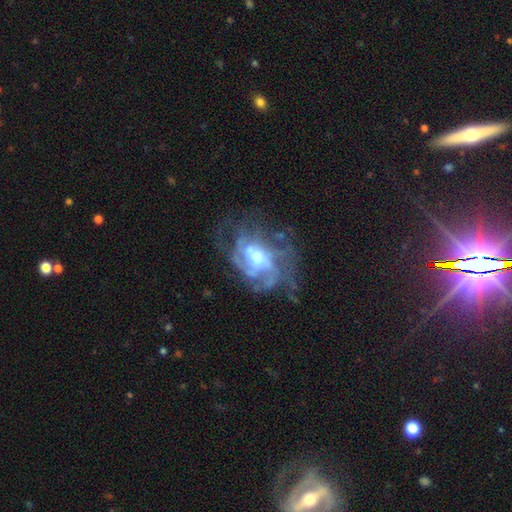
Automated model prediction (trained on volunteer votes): featured or disk 81%, smooth 11%, star or artifact 8%. Down the decision tree: edge-on disk — no (97%); bar — no (57%); spiral arms — yes (83%); spiral arm count — can't tell (40%); spiral winding — medium (42%); bulge size — moderate (54%); merging — none (45%).